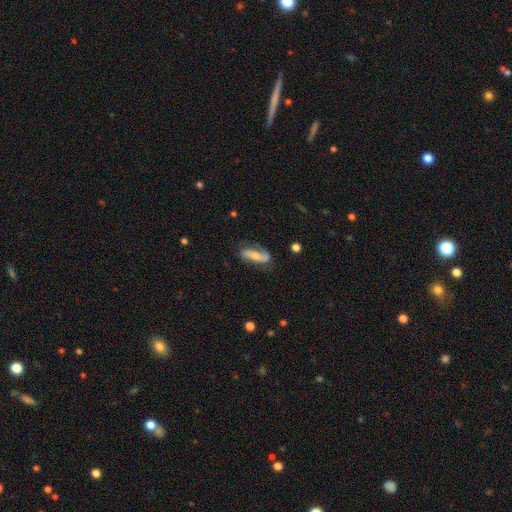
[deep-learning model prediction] Smooth or featured? featured or disk (61%)
Edge-on disk? no (81%)
Merging? none (70%)